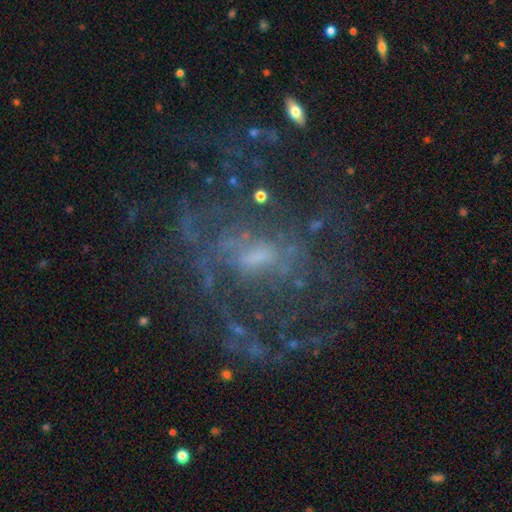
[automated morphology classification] Smooth or featured?
  - featured or disk: 77% *
  - star or artifact: 14%
  - smooth: 9%
Edge-on disk?
  - no: 97% *
  - yes: 3%
Bar?
  - no: 45% * (tied)
  - weak: 45% * (tied)
  - strong: 11%
Spiral arms?
  - yes: 75% *
  - no: 25%
Spiral winding?
  - medium: 41% *
  - tight: 35%
  - loose: 25%
Spiral arm count?
  - can't tell: 48% *
  - 2: 21%
  - 3: 11%
  - 4: 7%
  - 1: 7%
  - more than 4: 6%
Bulge size?
  - small: 52% *
  - moderate: 33%
  - none: 12%
  - large: 2%
  - dominant: 1%
Merging?
  - none: 58% *
  - major disturbance: 24%
  - minor disturbance: 16%
  - merger: 3%